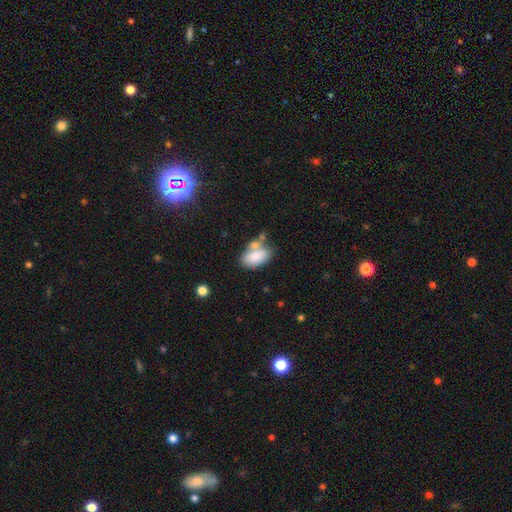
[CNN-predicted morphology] Smooth or featured? smooth (78%)
How rounded? in between (93%)
Merging? none (48%)